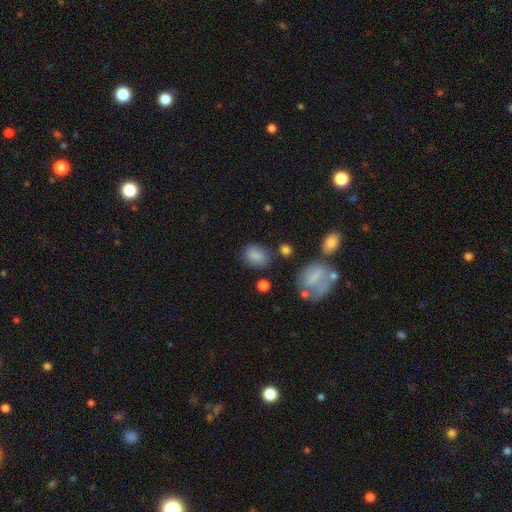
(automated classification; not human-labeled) Smooth or featured?
  - smooth: 83% *
  - star or artifact: 10%
  - featured or disk: 8%
How rounded?
  - in between: 62% *
  - round: 36%
  - cigar-shaped: 1%
Merging?
  - none: 72% *
  - minor disturbance: 17%
  - major disturbance: 6%
  - merger: 5%